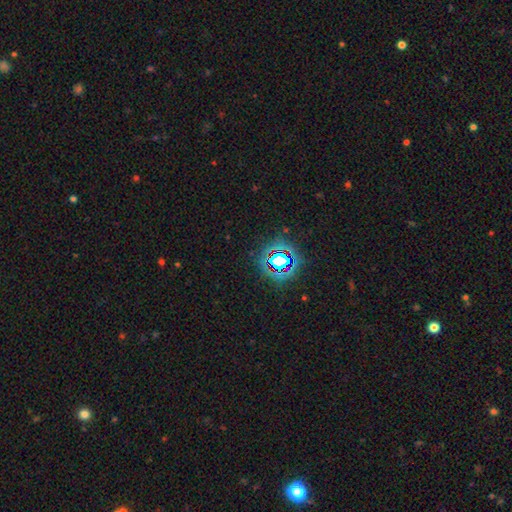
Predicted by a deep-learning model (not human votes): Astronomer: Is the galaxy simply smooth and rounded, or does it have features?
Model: star or artifact — 80%.